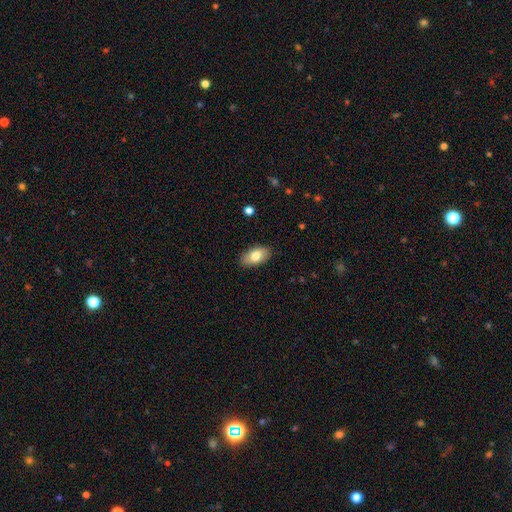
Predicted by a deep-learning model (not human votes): A smooth galaxy with no disk features (79%) that is in between round and cigar-shaped (93%).

Vote fractions:
- Smooth or featured? smooth: 79% / featured or disk: 14% / star or artifact: 7%
- How rounded? in between: 93% / round: 4% / cigar-shaped: 3%
- Merging? none: 87% / minor disturbance: 10% / major disturbance: 2% / merger: 1%